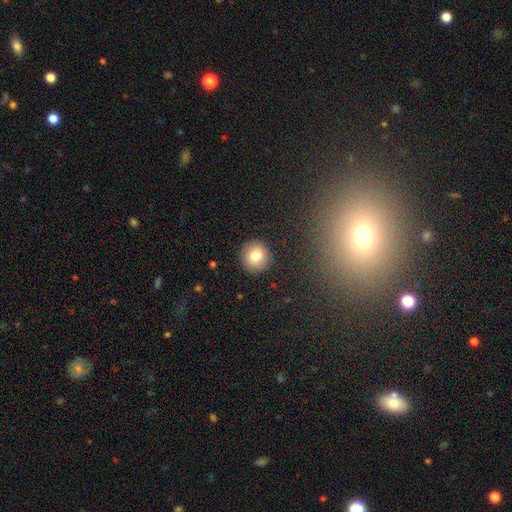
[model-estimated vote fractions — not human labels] This is clearly a smooth galaxy (81%). How rounded: clearly round (91%). Merging: clearly none (91%).